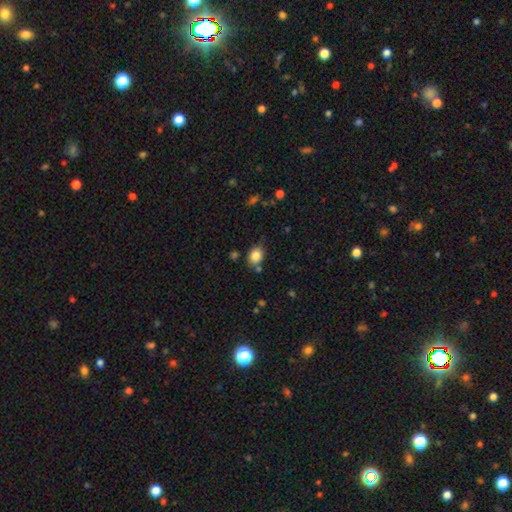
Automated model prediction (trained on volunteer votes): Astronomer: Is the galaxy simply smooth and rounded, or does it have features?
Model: smooth — 84%.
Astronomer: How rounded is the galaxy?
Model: in between — 52% (runner-up: round, 47%).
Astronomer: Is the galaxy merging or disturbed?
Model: none — 68%.